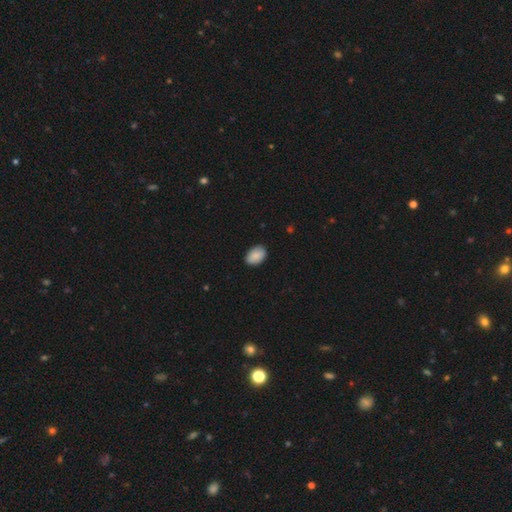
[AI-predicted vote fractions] Smooth or featured? Predicted: smooth (p=0.89). How rounded? Predicted: in between (p=0.86). Merging? Predicted: none (p=0.88).